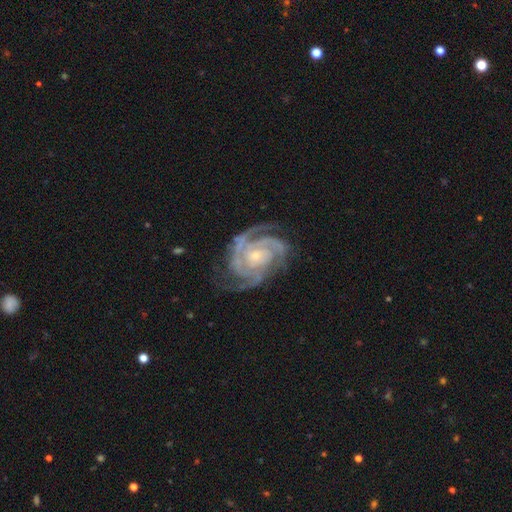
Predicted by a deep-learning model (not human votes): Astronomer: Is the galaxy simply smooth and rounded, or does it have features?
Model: featured or disk — 94%.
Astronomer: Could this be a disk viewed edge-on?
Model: no — 98%.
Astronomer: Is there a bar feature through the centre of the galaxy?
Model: no — 68%.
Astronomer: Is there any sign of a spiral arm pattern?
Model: yes — 99%.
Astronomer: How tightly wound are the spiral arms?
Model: tight — 70%.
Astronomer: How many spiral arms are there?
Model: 3 — 44% (runner-up: 2, 28%).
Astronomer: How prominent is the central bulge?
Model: small — 66%.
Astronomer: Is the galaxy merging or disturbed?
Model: none — 72%.